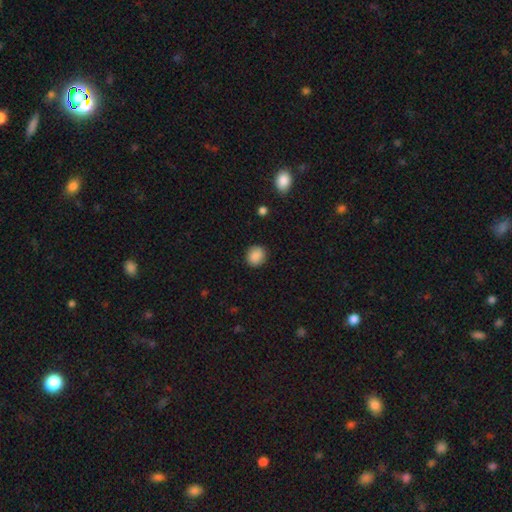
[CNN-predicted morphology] type=smooth (88%); roundness=round (79%); merging=none (89%).